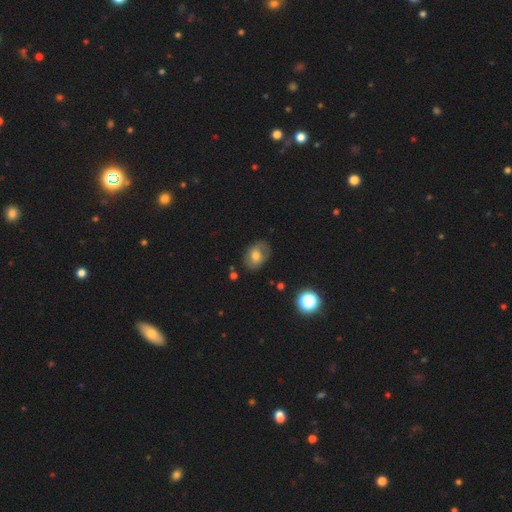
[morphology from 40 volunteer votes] Q: Smooth or featured?
A: smooth (65%); runner-up: featured or disk (25%)
Q: How rounded?
A: in between (65%); runner-up: round (35%)
Q: Merging?
A: none (75%); runner-up: minor disturbance (14%)